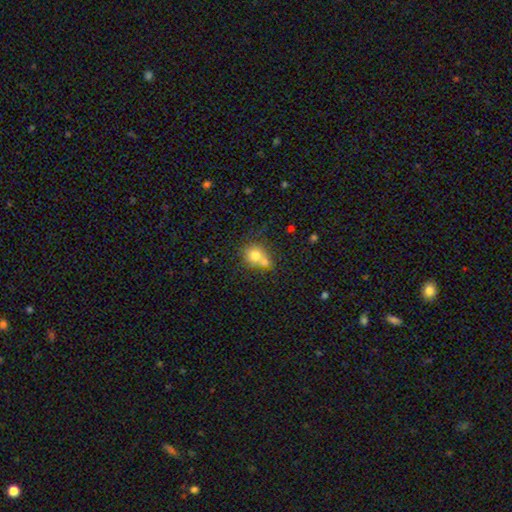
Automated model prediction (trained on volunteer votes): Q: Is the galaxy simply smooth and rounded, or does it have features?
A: smooth — 73%.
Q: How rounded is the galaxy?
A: round — 77%.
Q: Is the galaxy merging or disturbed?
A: merger — 46%.